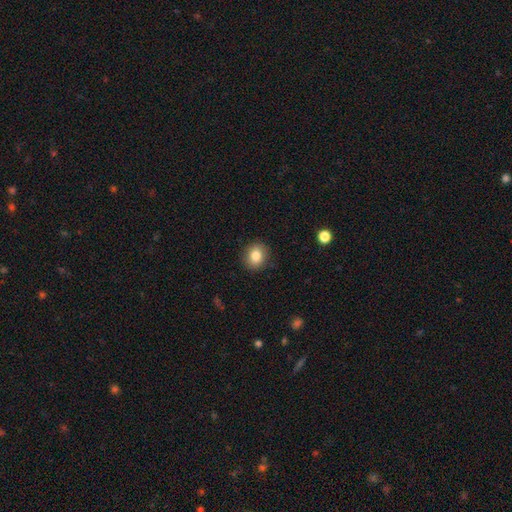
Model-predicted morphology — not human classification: The model was most divided on "how rounded": round: 75%, in between: 24%, cigar-shaped: 1%. More confident: merging — none (89%); smooth or featured — smooth (83%).